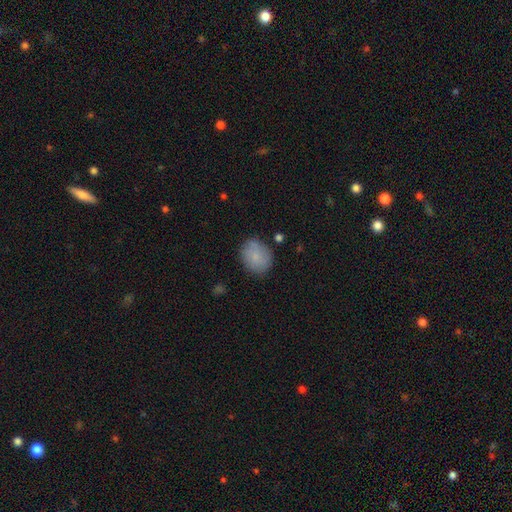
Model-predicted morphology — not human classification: Smooth or featured? Predicted: smooth (p=0.82). How rounded? Predicted: round (p=0.58). Merging? Predicted: none (p=0.78).